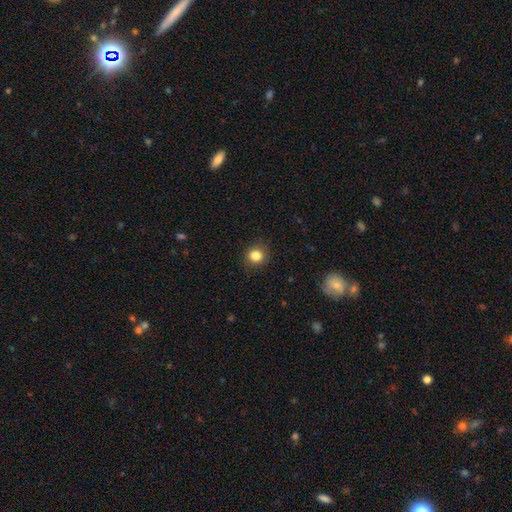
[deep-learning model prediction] This is clearly a smooth galaxy (83%). How rounded: clearly round (86%). Merging: clearly none (88%).